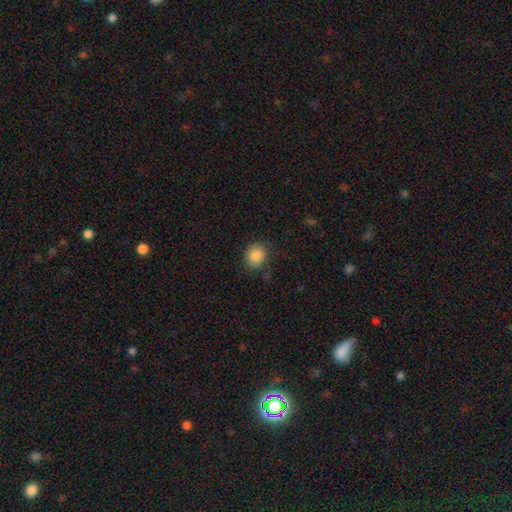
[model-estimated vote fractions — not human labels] Q: Smooth or featured?
A: smooth (86%); runner-up: star or artifact (9%)
Q: How rounded?
A: round (78%); runner-up: in between (21%)
Q: Merging?
A: none (77%); runner-up: minor disturbance (16%)